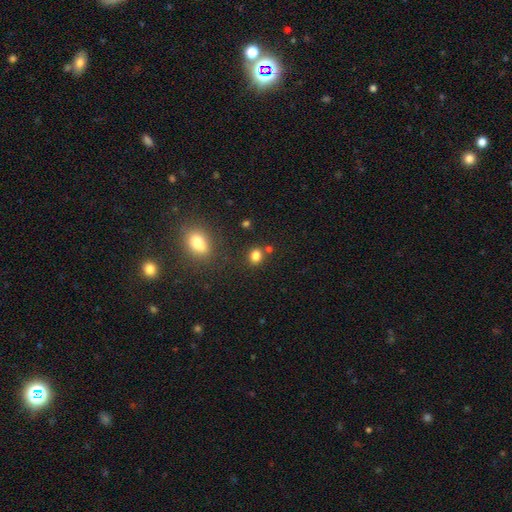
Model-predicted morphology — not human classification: A smooth galaxy with no disk features (81%) that is round (65%).

Vote fractions:
- Smooth or featured? smooth: 81% / star or artifact: 14% / featured or disk: 5%
- How rounded? round: 65% / in between: 34% / cigar-shaped: 1%
- Merging? none: 77% / merger: 10% / minor disturbance: 10% / major disturbance: 3%